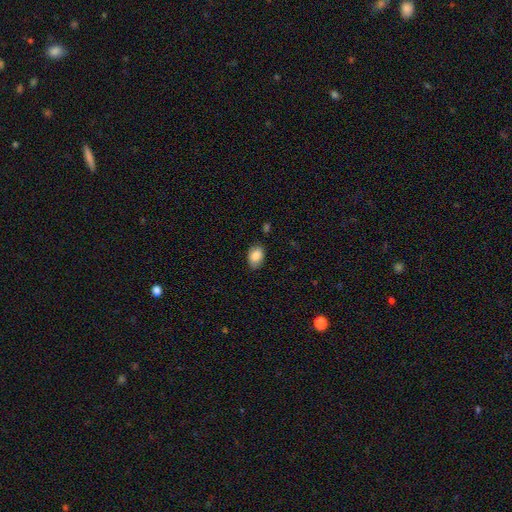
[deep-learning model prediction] This is clearly a smooth galaxy (86%). How rounded: clearly in between (87%). Merging: clearly none (81%).